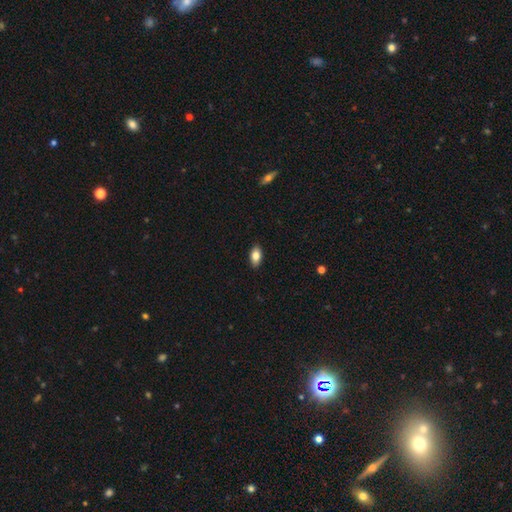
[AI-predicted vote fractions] smooth-or-featured: smooth: 81% | featured or disk: 11% | star or artifact: 7%
  how-rounded: in between: 90% | round: 5% | cigar-shaped: 4%
  merging: none: 89% | minor disturbance: 9% | major disturbance: 2% | merger: 1%